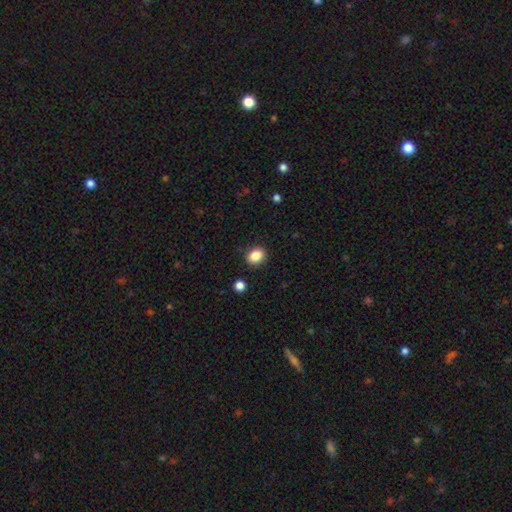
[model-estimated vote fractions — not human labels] smooth-or-featured: smooth: 87% | star or artifact: 10% | featured or disk: 4%
  how-rounded: in between: 59% | round: 40% | cigar-shaped: 1%
  merging: none: 87% | minor disturbance: 8% | major disturbance: 2% | merger: 2%